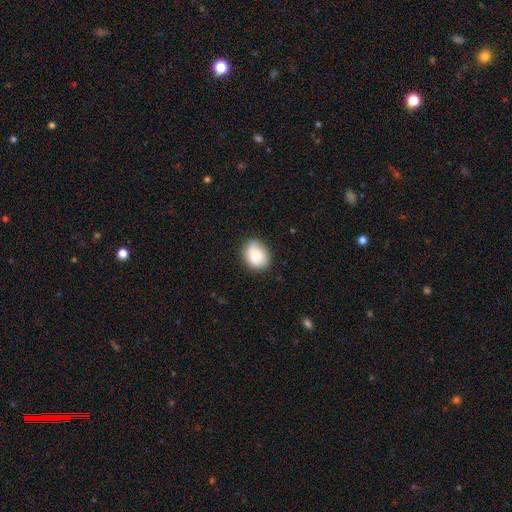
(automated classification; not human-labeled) Overall: smooth (82%). How rounded: in between (54%; round 45%). Merging: none (77%).